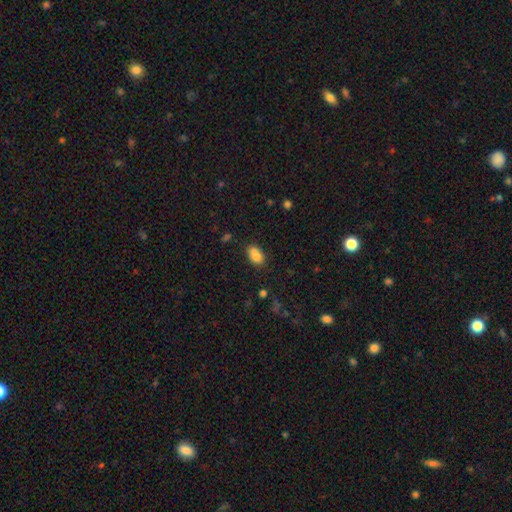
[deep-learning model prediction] smooth-or-featured: smooth: 81% | featured or disk: 10% | star or artifact: 9%
  how-rounded: in between: 86% | round: 11% | cigar-shaped: 3%
  merging: none: 59% | minor disturbance: 20% | merger: 16% | major disturbance: 5%